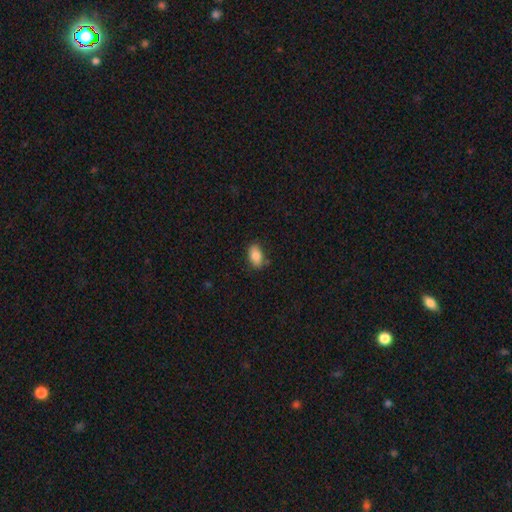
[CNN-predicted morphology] Smooth or featured? Predicted: smooth (p=0.85). How rounded? Predicted: in between (p=0.90). Merging? Predicted: none (p=0.77).